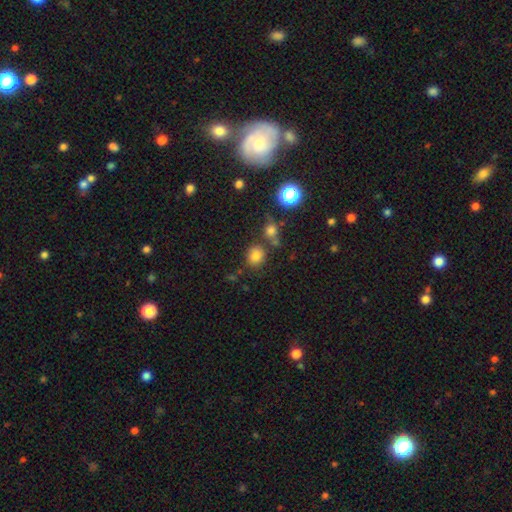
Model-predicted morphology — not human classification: Smooth or featured?
  - smooth: 78% *
  - star or artifact: 15%
  - featured or disk: 7%
How rounded?
  - round: 74% *
  - in between: 25%
  - cigar-shaped: 1%
Merging?
  - none: 74% *
  - minor disturbance: 11%
  - merger: 11%
  - major disturbance: 4%